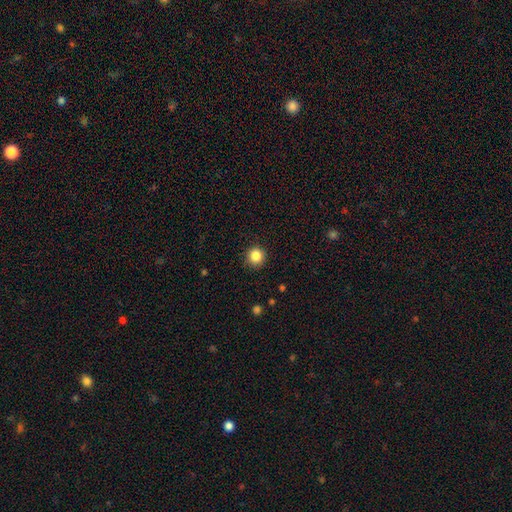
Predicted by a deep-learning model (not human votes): Smooth or featured? Predicted: smooth (p=0.86). How rounded? Predicted: round (p=0.94). Merging? Predicted: none (p=0.90).